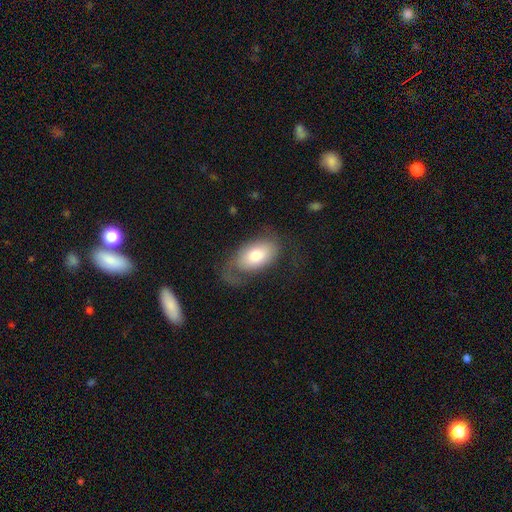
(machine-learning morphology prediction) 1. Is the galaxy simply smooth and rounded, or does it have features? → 63% smooth, 30% featured or disk, 6% star or artifact.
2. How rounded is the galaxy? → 92% in between, 6% round, 2% cigar-shaped.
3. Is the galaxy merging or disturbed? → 44% none, 31% major disturbance, 23% minor disturbance, 2% merger.